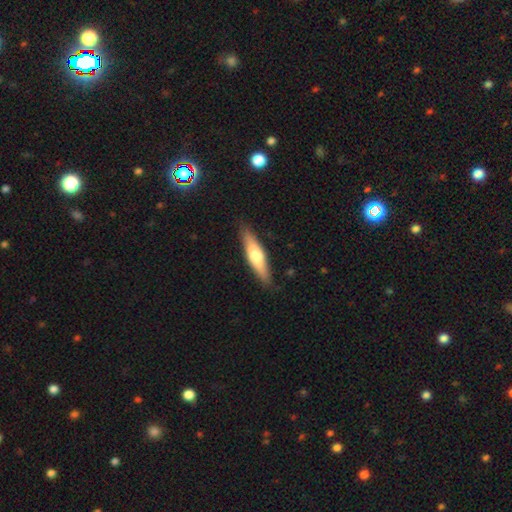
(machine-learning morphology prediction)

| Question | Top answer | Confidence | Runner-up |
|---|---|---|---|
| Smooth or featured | smooth | 51% | featured or disk (44%) |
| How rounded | cigar-shaped | 71% | in between (27%) |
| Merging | none | 87% | minor disturbance (10%) |